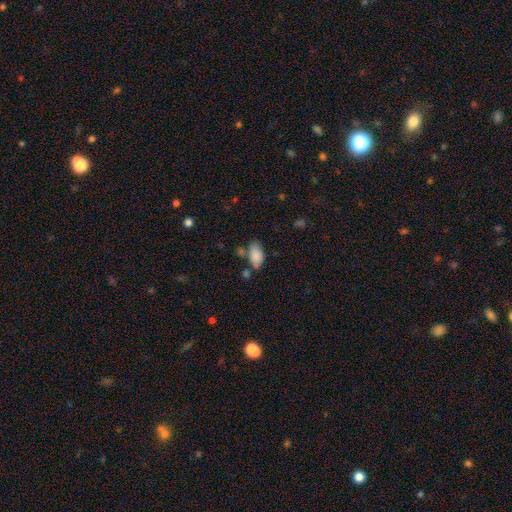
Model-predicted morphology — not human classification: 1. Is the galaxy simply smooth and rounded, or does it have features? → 85% smooth, 8% star or artifact, 7% featured or disk.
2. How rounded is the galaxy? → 93% in between, 5% round, 2% cigar-shaped.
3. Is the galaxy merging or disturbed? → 54% none, 23% minor disturbance, 16% merger, 7% major disturbance.